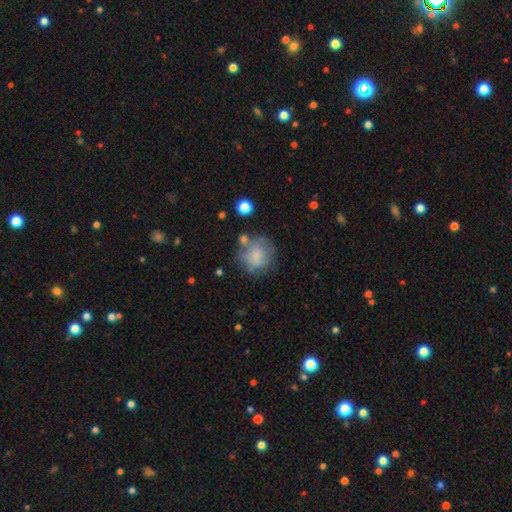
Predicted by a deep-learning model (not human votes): Q: Smooth or featured?
A: smooth (75%); runner-up: featured or disk (16%)
Q: How rounded?
A: round (83%); runner-up: in between (16%)
Q: Merging?
A: none (61%); runner-up: minor disturbance (20%)